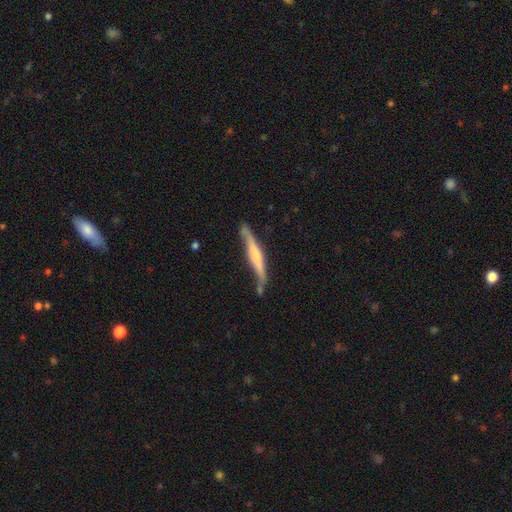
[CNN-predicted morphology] Smooth or featured? Predicted: featured or disk (p=0.58). Edge-on disk? Predicted: yes (p=0.94). Edge-on bulge? Predicted: rounded (p=0.44). Merging? Predicted: none (p=0.64).